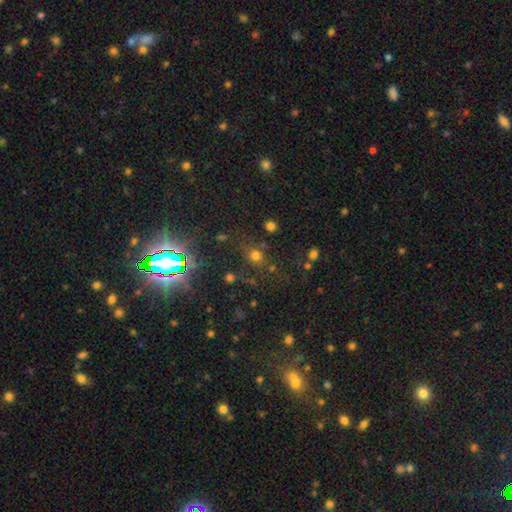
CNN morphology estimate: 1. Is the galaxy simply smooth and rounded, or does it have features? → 64% smooth, 27% star or artifact, 9% featured or disk.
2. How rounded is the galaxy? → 75% round, 23% in between, 2% cigar-shaped.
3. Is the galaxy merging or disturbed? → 71% none, 13% minor disturbance, 9% merger, 7% major disturbance.